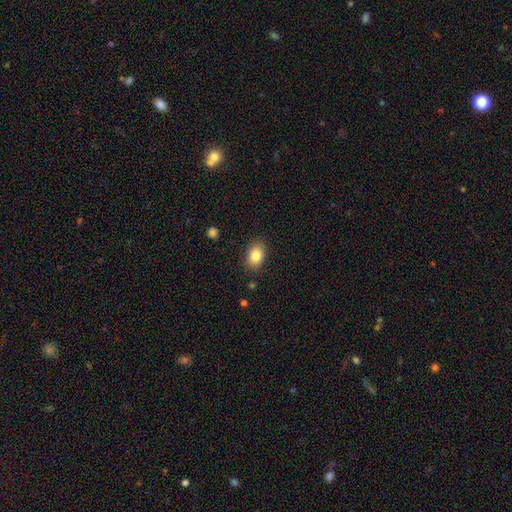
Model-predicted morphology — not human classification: The model was most divided on "how rounded": in between: 80%, round: 19%, cigar-shaped: 1%. More confident: merging — none (85%); smooth or featured — smooth (84%).